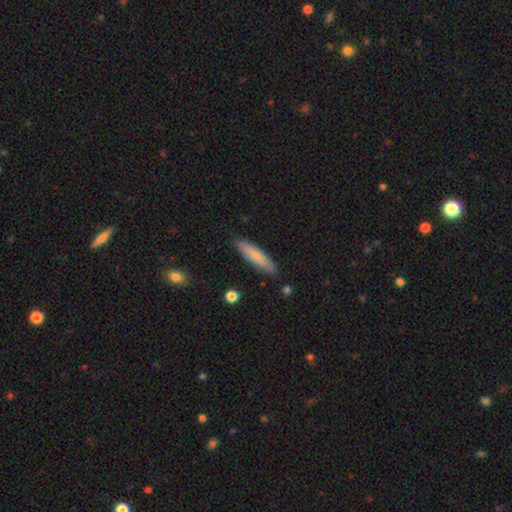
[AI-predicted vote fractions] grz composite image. It shows a smooth galaxy with no disk features (78%) that is cigar-shaped (82%). Merging: none (87%).